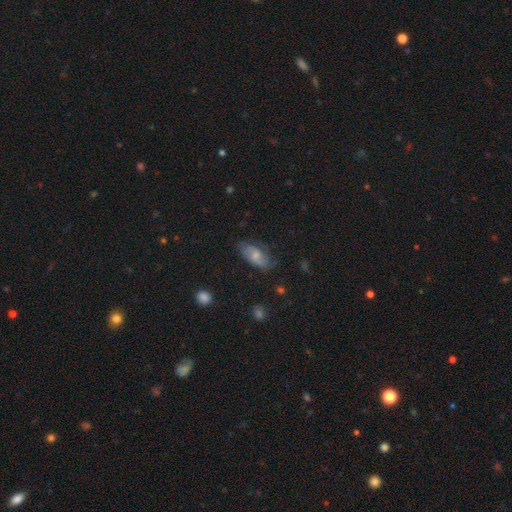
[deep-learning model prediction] The model was most divided on "smooth or featured": smooth: 54%, featured or disk: 39%, star or artifact: 7%. More confident: how rounded — in between (89%); merging — none (65%).